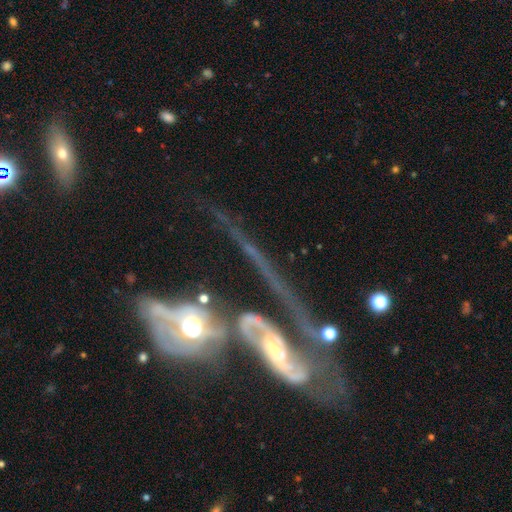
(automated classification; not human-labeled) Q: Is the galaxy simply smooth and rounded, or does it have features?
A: featured or disk — 75%.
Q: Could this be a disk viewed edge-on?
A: no — 76%.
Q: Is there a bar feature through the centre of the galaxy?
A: no — 57%.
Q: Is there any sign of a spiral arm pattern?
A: yes — 69%.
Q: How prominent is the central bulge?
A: moderate — 48%.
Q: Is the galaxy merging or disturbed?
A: merger — 56%.